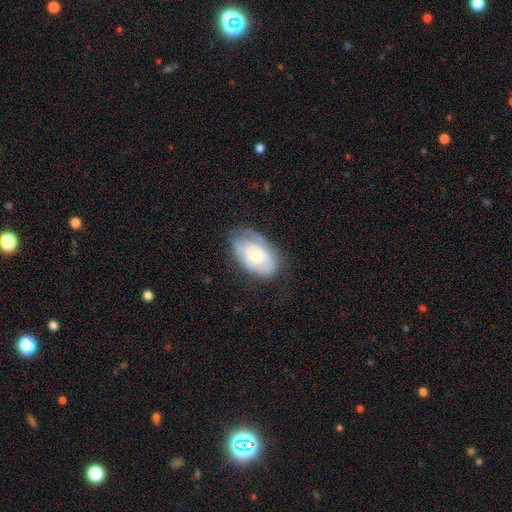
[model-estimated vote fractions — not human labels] Smooth or featured? smooth (48%)
Merging? none (61%)